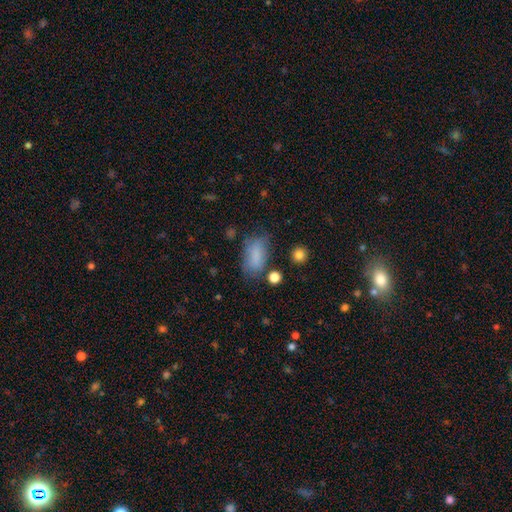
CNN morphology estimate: Q: Smooth or featured?
A: smooth (80%); runner-up: featured or disk (10%)
Q: How rounded?
A: in between (90%); runner-up: round (6%)
Q: Merging?
A: none (60%); runner-up: minor disturbance (25%)